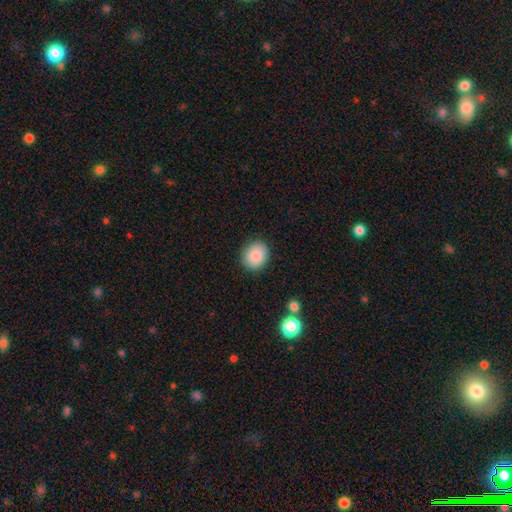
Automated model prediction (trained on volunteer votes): Smooth or featured?
  - smooth: 87% *
  - star or artifact: 8%
  - featured or disk: 5%
How rounded?
  - round: 71% *
  - in between: 28%
  - cigar-shaped: 1%
Merging?
  - none: 89% *
  - minor disturbance: 8%
  - major disturbance: 2%
  - merger: 1%